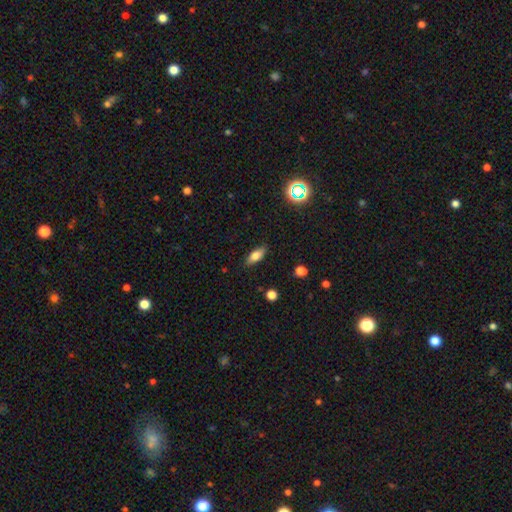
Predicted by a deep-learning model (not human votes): Morphology: type=smooth (77%); roundness=in between (79%); merging=none (86%).